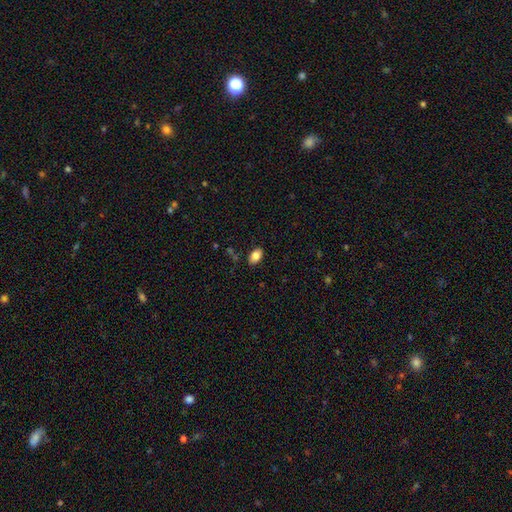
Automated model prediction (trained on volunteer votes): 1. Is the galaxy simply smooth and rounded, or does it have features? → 83% smooth, 9% featured or disk, 8% star or artifact.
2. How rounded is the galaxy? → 90% in between, 8% round, 2% cigar-shaped.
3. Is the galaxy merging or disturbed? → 86% none, 10% minor disturbance, 2% major disturbance, 2% merger.